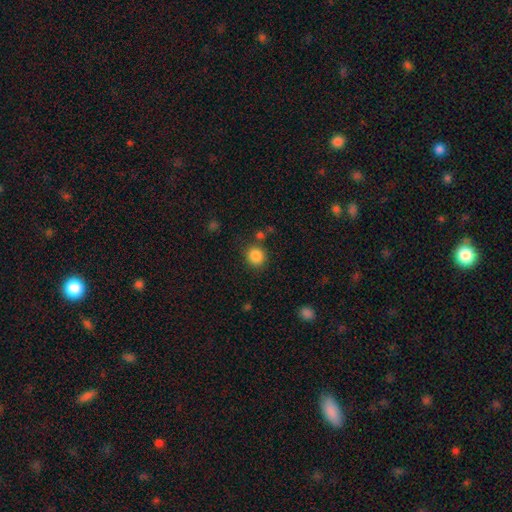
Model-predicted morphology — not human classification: Overall: smooth (86%). How rounded: round (89%). Merging: none (84%).